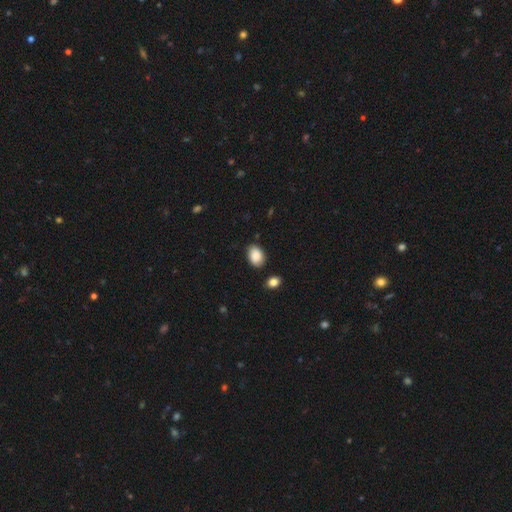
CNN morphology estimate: Smooth or featured?
  - smooth: 89% *
  - star or artifact: 7%
  - featured or disk: 4%
How rounded?
  - in between: 82% *
  - round: 17%
  - cigar-shaped: 1%
Merging?
  - none: 81% *
  - minor disturbance: 13%
  - merger: 3%
  - major disturbance: 3%